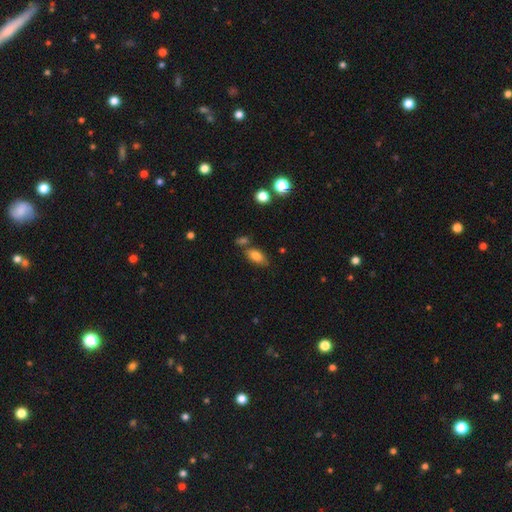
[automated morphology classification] A smooth galaxy with no disk features (81%) that is in between round and cigar-shaped (89%).

Vote fractions:
- Smooth or featured? smooth: 81% / featured or disk: 10% / star or artifact: 9%
- How rounded? in between: 89% / cigar-shaped: 6% / round: 5%
- Merging? none: 67% / minor disturbance: 16% / merger: 13% / major disturbance: 4%